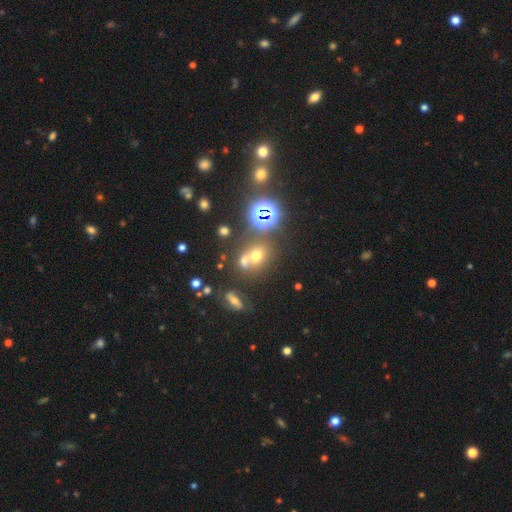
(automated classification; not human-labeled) Q: Smooth or featured?
A: smooth (53%); runner-up: star or artifact (31%)
Q: How rounded?
A: round (64%); runner-up: in between (35%)
Q: Merging?
A: none (43%); runner-up: merger (42%)